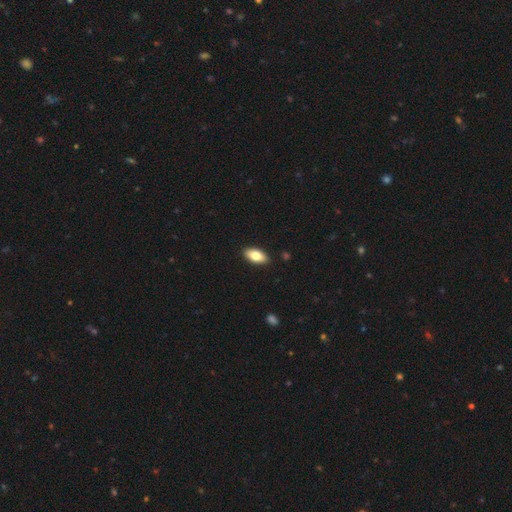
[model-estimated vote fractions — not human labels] Smooth or featured?
  - smooth: 78% *
  - featured or disk: 16%
  - star or artifact: 6%
How rounded?
  - in between: 91% *
  - cigar-shaped: 7%
  - round: 3%
Merging?
  - none: 90% *
  - minor disturbance: 8%
  - major disturbance: 2%
  - merger: 1%